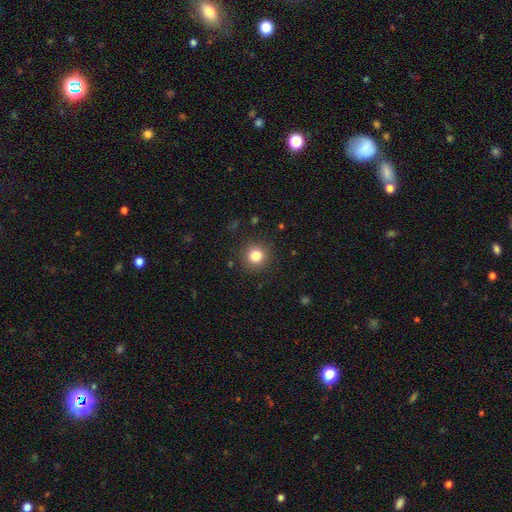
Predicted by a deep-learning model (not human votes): smooth_or_featured: smooth (p=0.82) [alt: star or artifact p=0.12]
how_rounded: round (p=0.93) [alt: in between p=0.06]
merging: none (p=0.90) [alt: minor disturbance p=0.07]